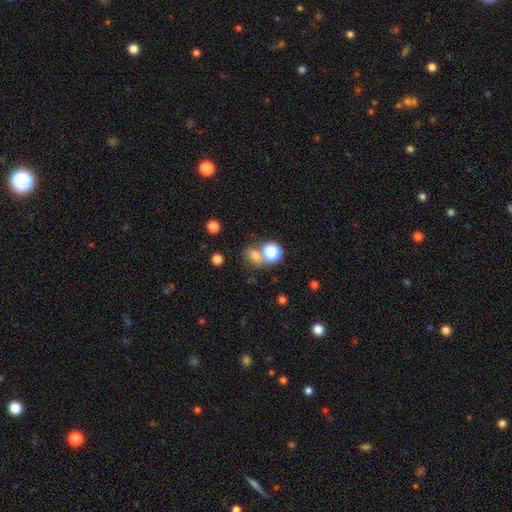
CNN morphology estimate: smooth 73%, star or artifact 19%, featured or disk 9%. Down the decision tree: how rounded — round (55%); merging — none (54%).